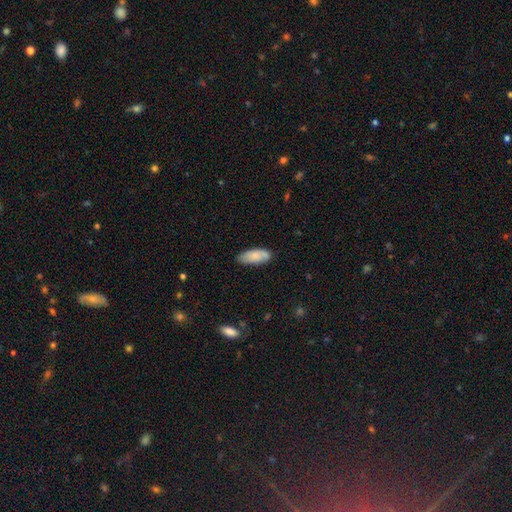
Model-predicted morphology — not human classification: A smooth galaxy with no disk features (80%) that is in between round and cigar-shaped (83%).

Vote fractions:
- Smooth or featured? smooth: 80% / featured or disk: 13% / star or artifact: 6%
- How rounded? in between: 83% / cigar-shaped: 15% / round: 2%
- Merging? none: 72% / minor disturbance: 22% / major disturbance: 4% / merger: 3%